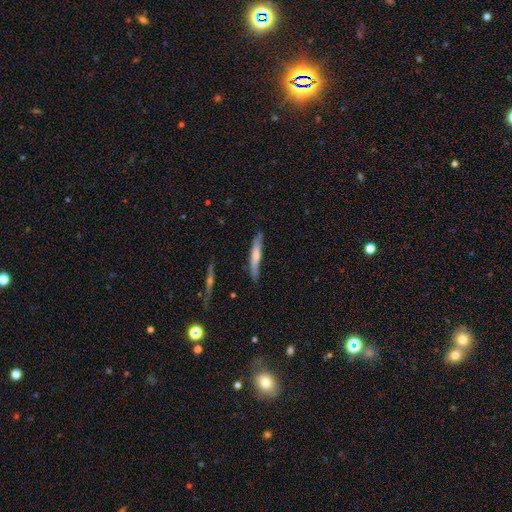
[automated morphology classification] A smooth galaxy with no disk features (52%) that is cigar-shaped (92%).

Vote fractions:
- Smooth or featured? smooth: 52% / featured or disk: 42% / star or artifact: 6%
- How rounded? cigar-shaped: 92% / in between: 6% / round: 1%
- Merging? none: 76% / minor disturbance: 19% / major disturbance: 3% / merger: 2%